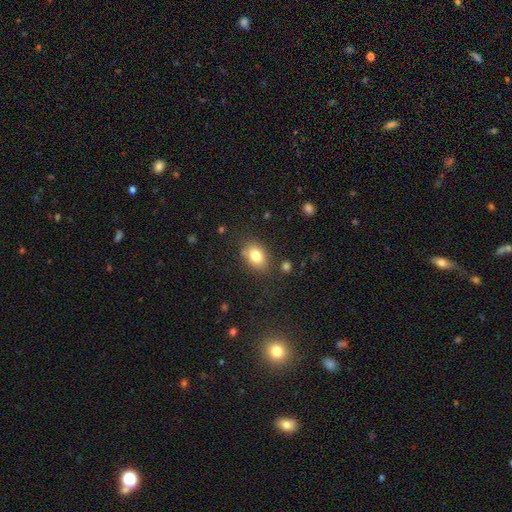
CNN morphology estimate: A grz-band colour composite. It shows a smooth galaxy with no disk features (80%) that is in between round and cigar-shaped (76%). Merging: none (77%).